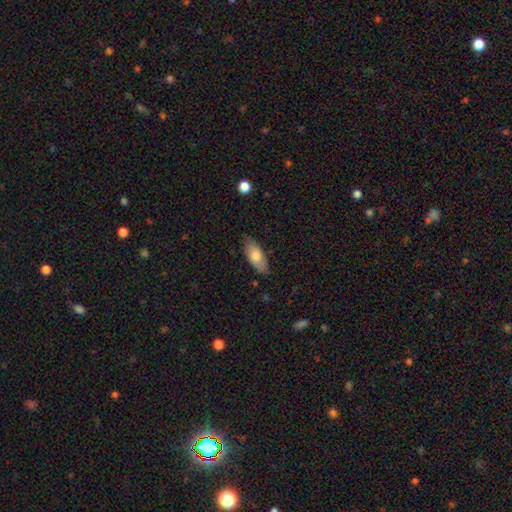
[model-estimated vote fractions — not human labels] The model was most divided on "smooth or featured": smooth: 73%, featured or disk: 21%, star or artifact: 6%. More confident: how rounded — in between (80%); merging — none (79%).